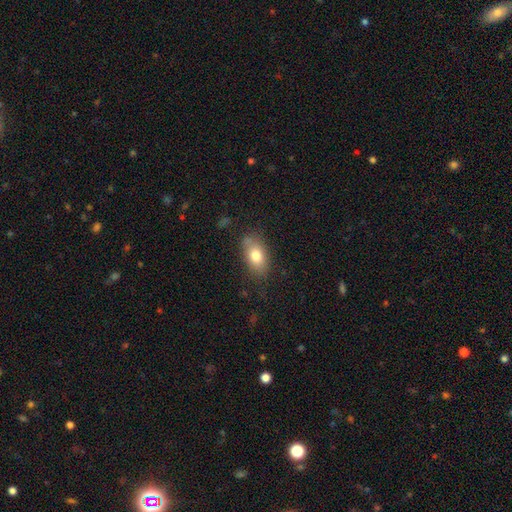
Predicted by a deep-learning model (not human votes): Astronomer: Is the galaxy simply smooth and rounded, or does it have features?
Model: smooth — 77%.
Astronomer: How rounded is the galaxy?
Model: in between — 88%.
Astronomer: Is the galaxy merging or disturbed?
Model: none — 75%.